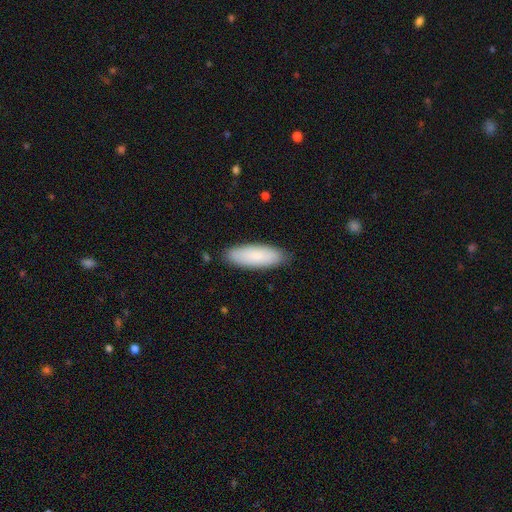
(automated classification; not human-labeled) Smooth or featured: smooth — 84% (featured or disk — 11%)
How rounded: in between — 64% (cigar-shaped — 35%)
Merging: none — 86% (minor disturbance — 11%)